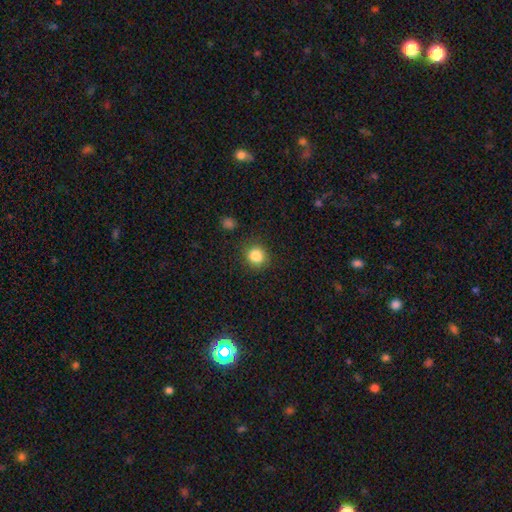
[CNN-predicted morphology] Q: Smooth or featured?
A: smooth (84%); runner-up: star or artifact (11%)
Q: How rounded?
A: round (82%); runner-up: in between (17%)
Q: Merging?
A: none (85%); runner-up: minor disturbance (10%)